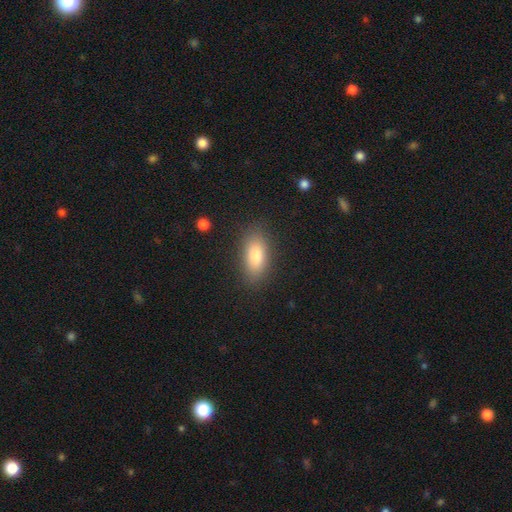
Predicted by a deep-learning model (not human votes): Overall: smooth (80%). How rounded: in between (83%). Merging: none (86%).